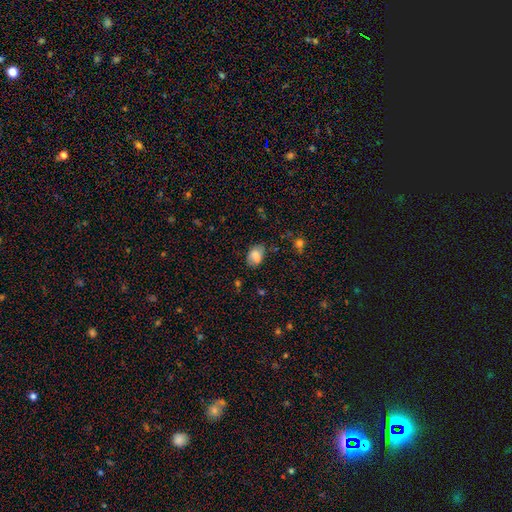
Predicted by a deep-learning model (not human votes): Q: Smooth or featured?
A: smooth (81%); runner-up: featured or disk (10%)
Q: How rounded?
A: in between (77%); runner-up: round (22%)
Q: Merging?
A: none (67%); runner-up: minor disturbance (24%)